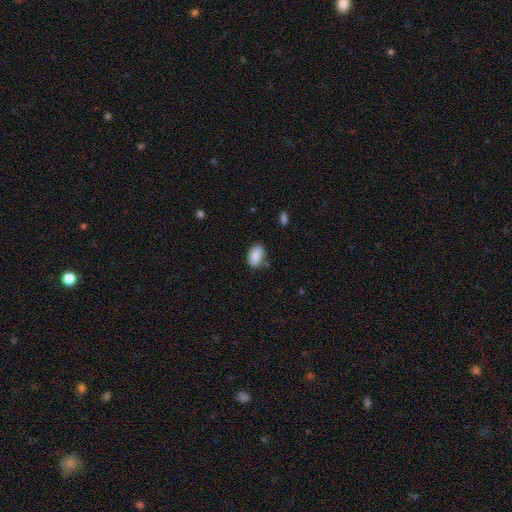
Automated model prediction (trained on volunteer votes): This is clearly a smooth galaxy (87%). How rounded: clearly in between (91%). Merging: likely none (77%).